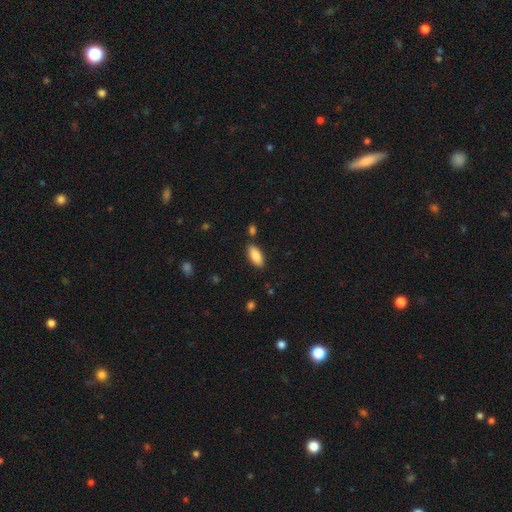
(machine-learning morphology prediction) A smooth galaxy with no disk features (86%) that is in between round and cigar-shaped (84%). Merging: none (85%).